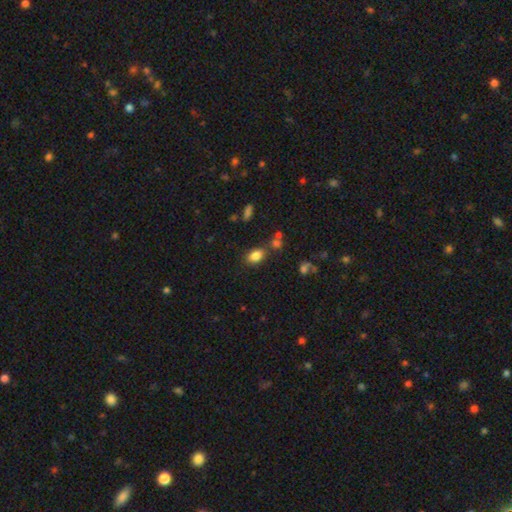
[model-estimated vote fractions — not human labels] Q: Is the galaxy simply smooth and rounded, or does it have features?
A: smooth — 82%.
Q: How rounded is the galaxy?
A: in between — 84%.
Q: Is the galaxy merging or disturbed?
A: none — 73%.